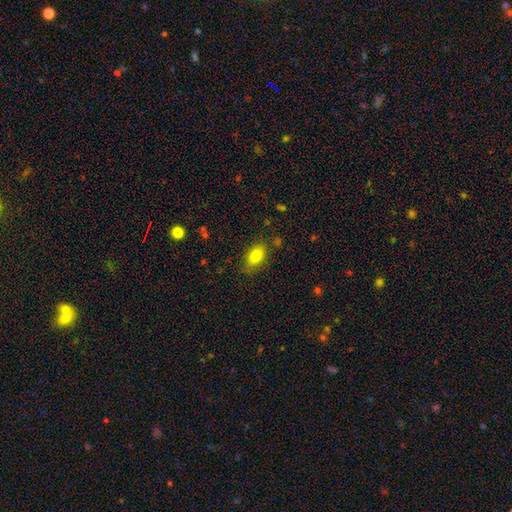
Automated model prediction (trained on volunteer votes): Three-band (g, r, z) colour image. It shows a smooth galaxy with no disk features (81%) that is in between round and cigar-shaped (86%). Merging: none (79%).